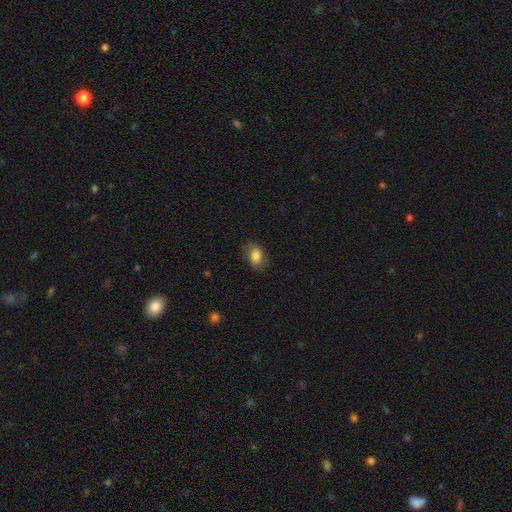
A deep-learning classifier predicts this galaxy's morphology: A smooth galaxy with no disk features (79%) that is in between round and cigar-shaped (81%). Merging: none (70%).